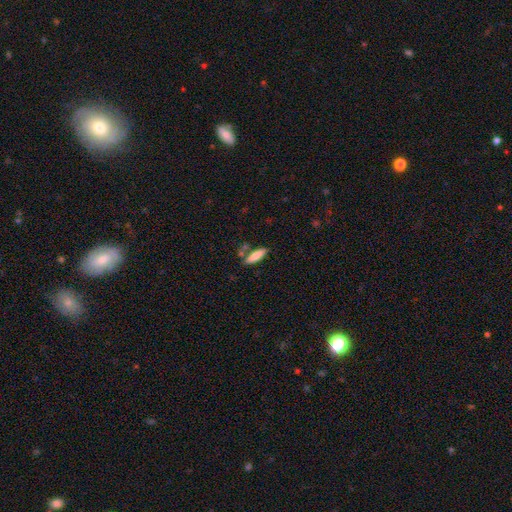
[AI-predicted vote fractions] Smooth or featured: smooth — 76% (featured or disk — 18%)
How rounded: cigar-shaped — 61% (in between — 37%)
Merging: none — 72% (minor disturbance — 13%)